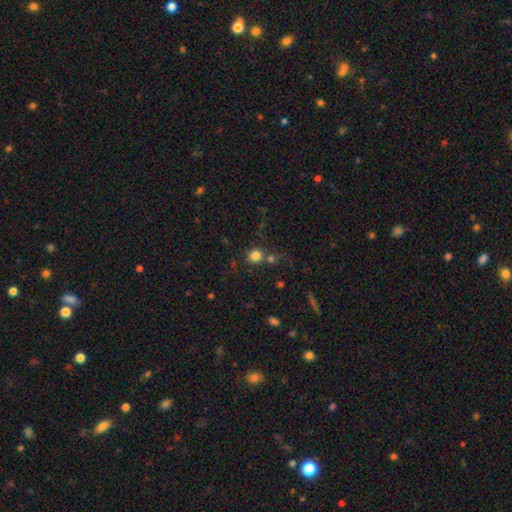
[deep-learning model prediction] A smooth galaxy with no disk features (81%) that is round (88%).

Vote fractions:
- Smooth or featured? smooth: 81% / star or artifact: 13% / featured or disk: 6%
- How rounded? round: 88% / in between: 11% / cigar-shaped: 1%
- Merging? none: 67% / merger: 19% / minor disturbance: 9% / major disturbance: 4%